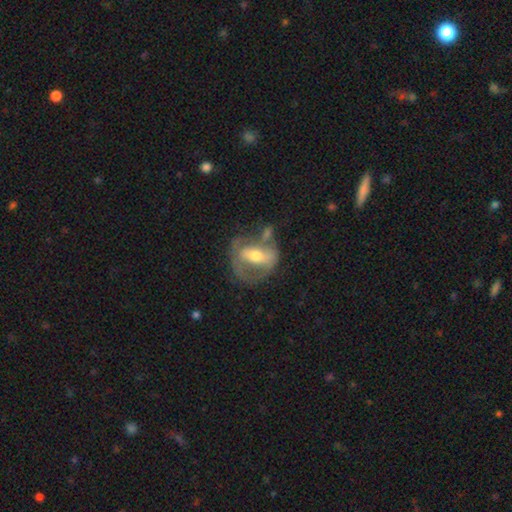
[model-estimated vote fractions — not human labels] featured or disk 64%, smooth 30%, star or artifact 6%. Down the decision tree: edge-on disk — no (92%); bar — strong (39%); spiral arms — no (54%); bulge size — moderate (69%); merging — none (39%).